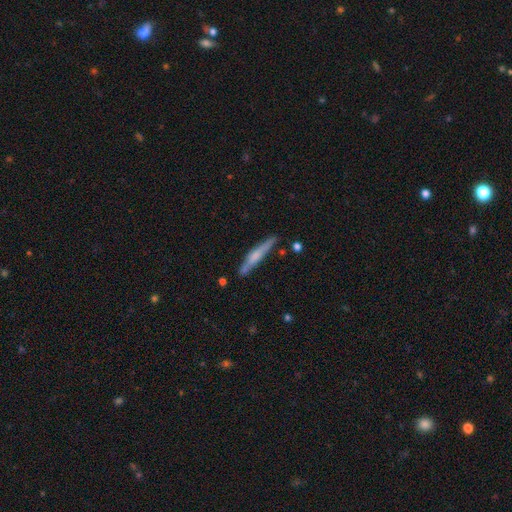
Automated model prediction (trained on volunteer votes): Overall: featured or disk (50%; smooth 44%). Merging: none (79%).